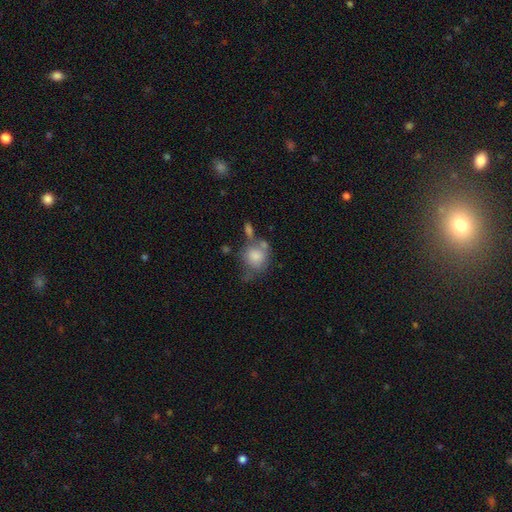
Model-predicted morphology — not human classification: Smooth or featured? smooth (76%)
How rounded? round (66%)
Merging? none (35%)